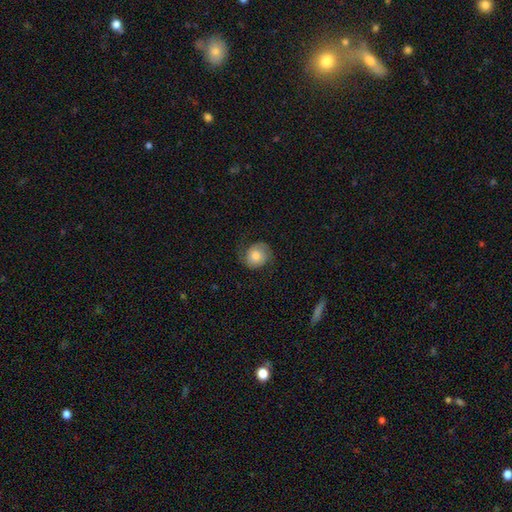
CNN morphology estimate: Q: Smooth or featured?
A: featured or disk (50%); runner-up: smooth (41%)
Q: Edge-on disk?
A: no (98%); runner-up: yes (2%)
Q: Merging?
A: none (70%); runner-up: minor disturbance (18%)